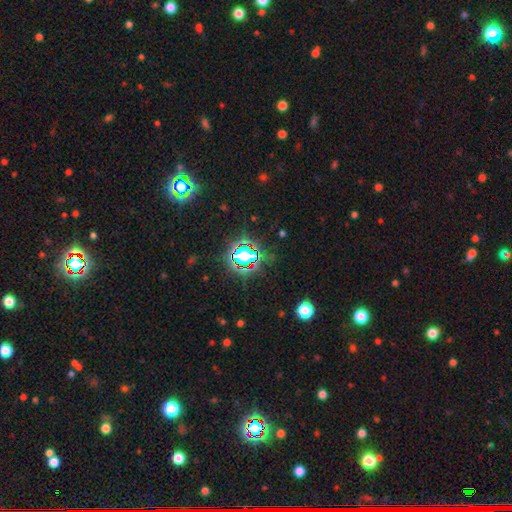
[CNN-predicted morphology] The model was most divided on "smooth or featured": star or artifact: 81%, smooth: 11%, featured or disk: 7%.